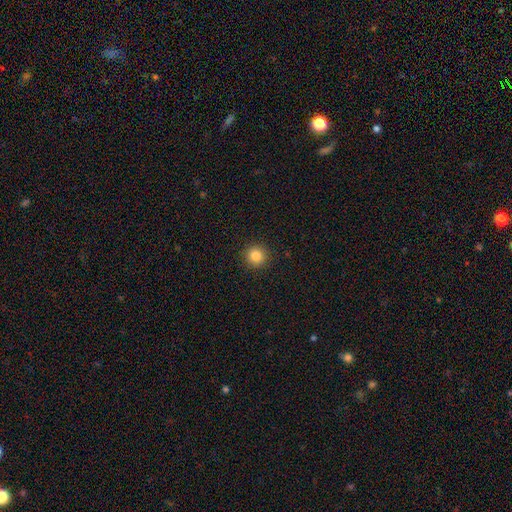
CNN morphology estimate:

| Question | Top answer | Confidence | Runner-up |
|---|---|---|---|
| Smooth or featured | smooth | 84% | star or artifact (12%) |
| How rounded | round | 94% | in between (5%) |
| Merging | none | 92% | minor disturbance (5%) |